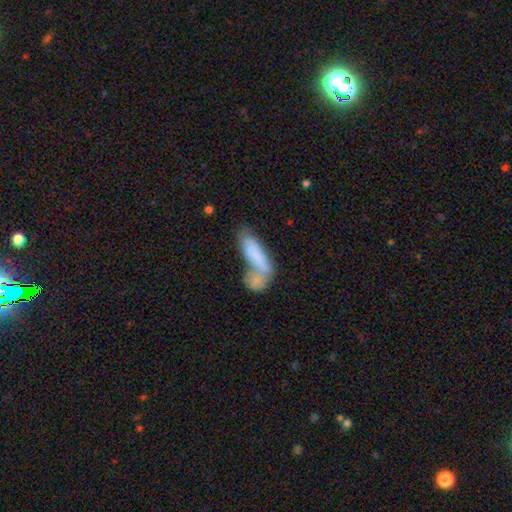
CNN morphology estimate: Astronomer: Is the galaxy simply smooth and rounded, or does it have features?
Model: smooth — 74%.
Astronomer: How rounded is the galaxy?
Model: cigar-shaped — 52% (runner-up: in between, 45%).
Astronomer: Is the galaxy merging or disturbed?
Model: merger — 51%.